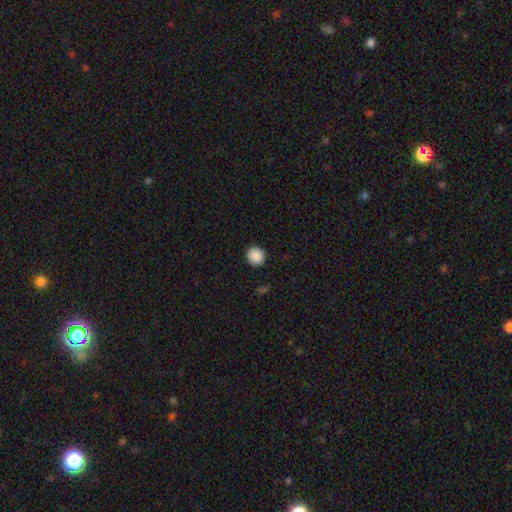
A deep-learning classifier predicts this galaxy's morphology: A smooth galaxy with no disk features (89%) that is round (90%).

Vote fractions:
- Smooth or featured? smooth: 89% / star or artifact: 8% / featured or disk: 2%
- How rounded? round: 90% / in between: 9% / cigar-shaped: 1%
- Merging? none: 91% / minor disturbance: 6% / major disturbance: 2% / merger: 1%